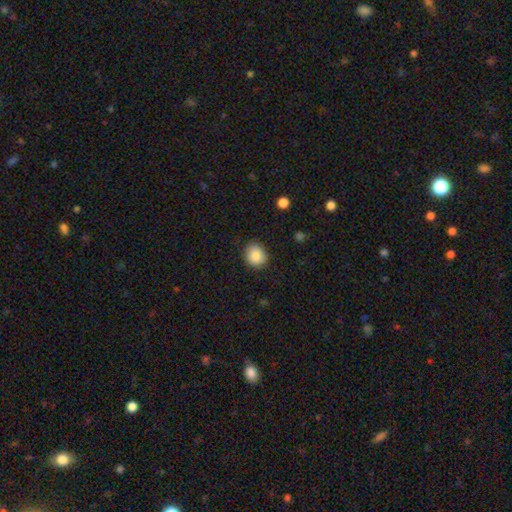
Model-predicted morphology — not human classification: This is clearly a smooth galaxy (87%). How rounded: likely round (72%). Merging: clearly none (84%).